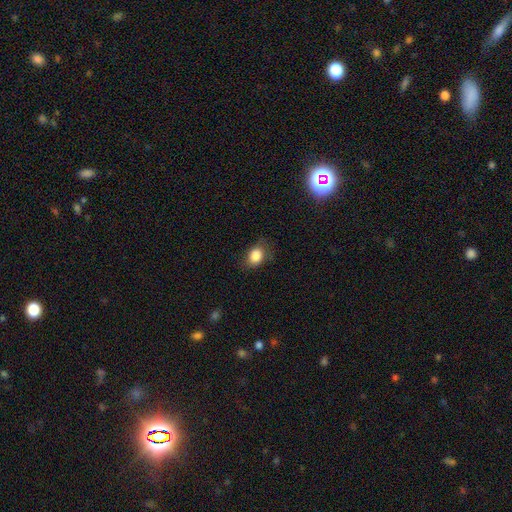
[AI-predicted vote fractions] smooth-or-featured: smooth: 85% | star or artifact: 9% | featured or disk: 6%
  how-rounded: in between: 67% | round: 32% | cigar-shaped: 1%
  merging: none: 70% | minor disturbance: 22% | major disturbance: 7% | merger: 1%